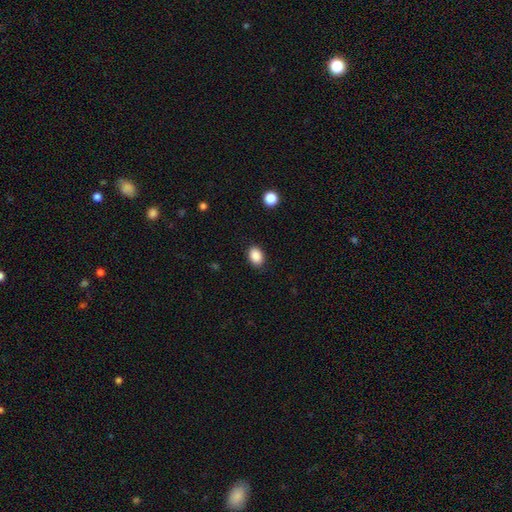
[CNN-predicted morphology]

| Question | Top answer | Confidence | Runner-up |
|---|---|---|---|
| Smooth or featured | smooth | 88% | star or artifact (8%) |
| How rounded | in between | 77% | round (22%) |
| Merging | none | 88% | minor disturbance (9%) |